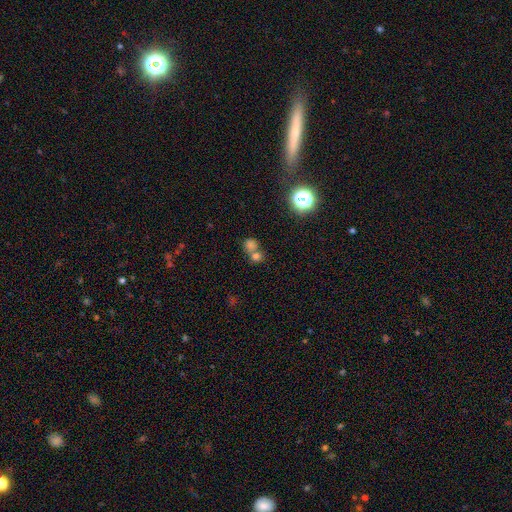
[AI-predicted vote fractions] smooth-or-featured: smooth: 71% | star or artifact: 19% | featured or disk: 10%
  how-rounded: round: 79% | in between: 20% | cigar-shaped: 1%
  merging: merger: 52% | none: 39% | minor disturbance: 6% | major disturbance: 3%